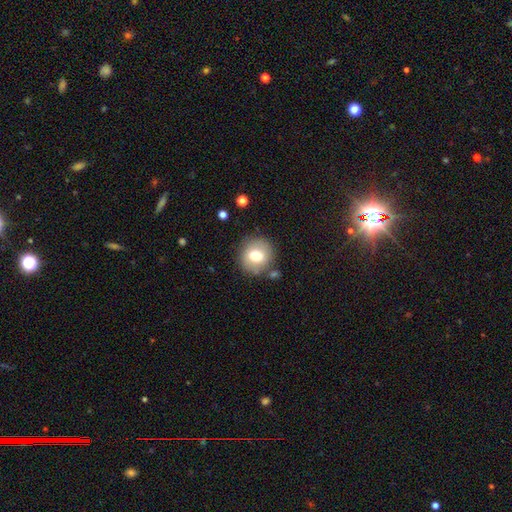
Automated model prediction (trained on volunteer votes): smooth_or_featured: smooth (p=0.72) [alt: featured or disk p=0.19]
how_rounded: round (p=0.89) [alt: in between p=0.10]
merging: none (p=0.82) [alt: minor disturbance p=0.11]